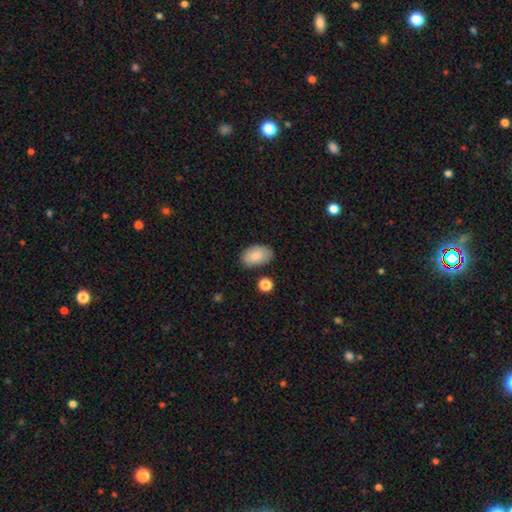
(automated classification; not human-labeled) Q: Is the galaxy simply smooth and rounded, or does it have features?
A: smooth — 86%.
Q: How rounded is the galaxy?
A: in between — 93%.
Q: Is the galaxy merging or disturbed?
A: none — 81%.